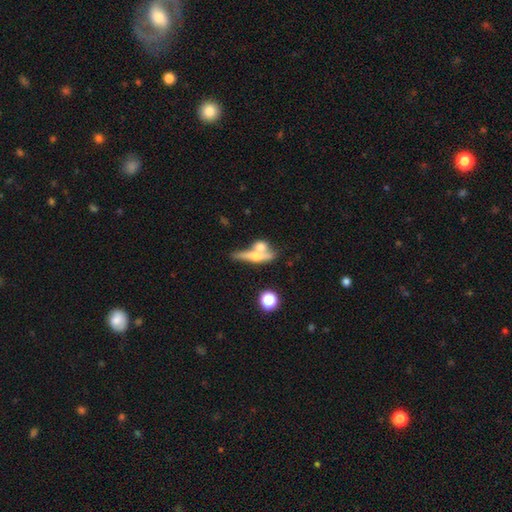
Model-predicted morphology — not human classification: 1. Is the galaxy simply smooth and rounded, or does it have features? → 53% featured or disk, 39% smooth, 9% star or artifact.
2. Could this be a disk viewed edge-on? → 84% yes, 16% no.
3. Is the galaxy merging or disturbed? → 44% none, 40% merger, 11% minor disturbance, 5% major disturbance.